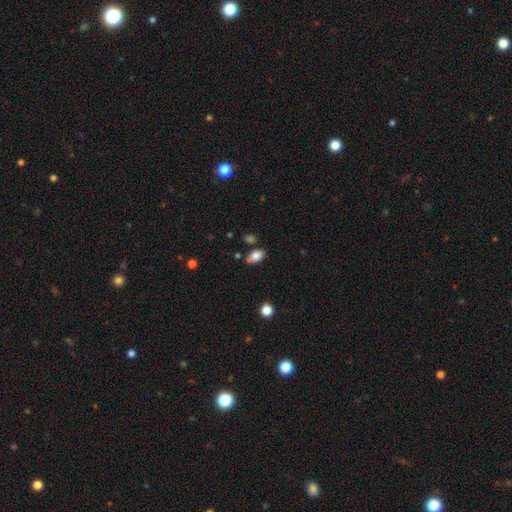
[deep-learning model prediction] smooth_or_featured: smooth (p=0.83) [alt: star or artifact p=0.09]
how_rounded: in between (p=0.88) [alt: round p=0.11]
merging: none (p=0.69) [alt: minor disturbance p=0.19]